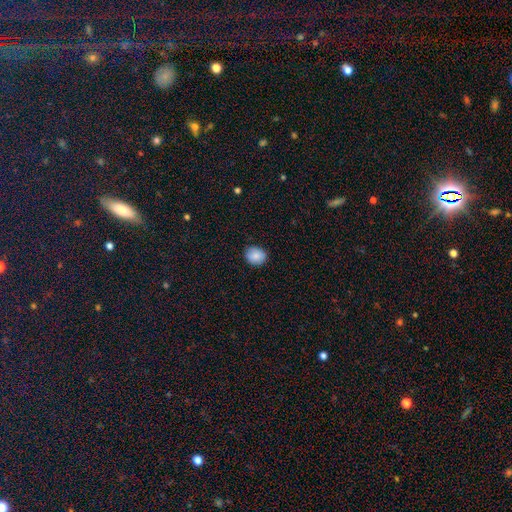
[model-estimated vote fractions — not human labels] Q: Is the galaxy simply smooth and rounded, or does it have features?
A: smooth — 87%.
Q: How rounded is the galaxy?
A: round — 67%.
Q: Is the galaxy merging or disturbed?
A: none — 87%.